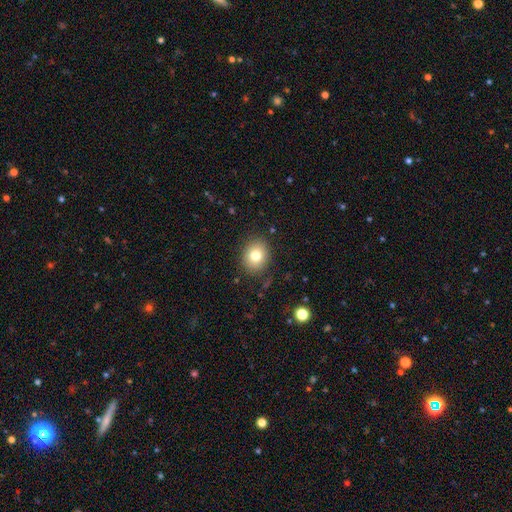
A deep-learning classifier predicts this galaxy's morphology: smooth-or-featured: smooth: 79% | star or artifact: 11% | featured or disk: 11%
  how-rounded: round: 61% | in between: 38% | cigar-shaped: 1%
  merging: none: 87% | minor disturbance: 9% | major disturbance: 3% | merger: 1%